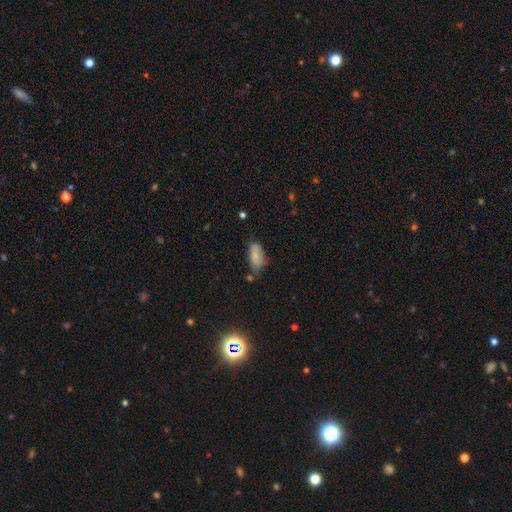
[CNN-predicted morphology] smooth-or-featured: smooth: 76% | featured or disk: 15% | star or artifact: 9%
  how-rounded: in between: 90% | cigar-shaped: 7% | round: 3%
  merging: none: 49% | minor disturbance: 34% | major disturbance: 10% | merger: 8%